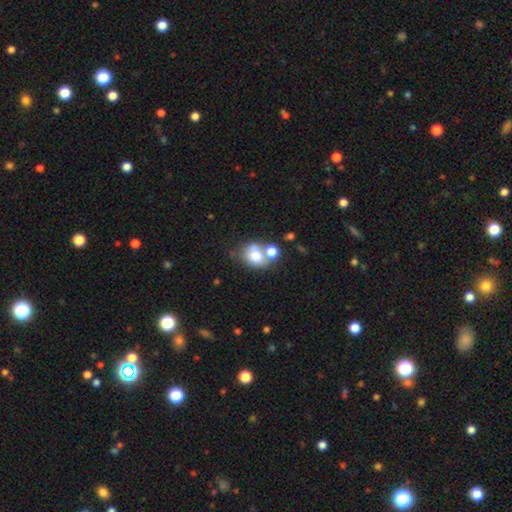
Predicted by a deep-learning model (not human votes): smooth_or_featured: smooth (p=0.73) [alt: featured or disk p=0.17]
how_rounded: round (p=0.53) [alt: in between p=0.46]
merging: merger (p=0.43) [alt: none p=0.37]